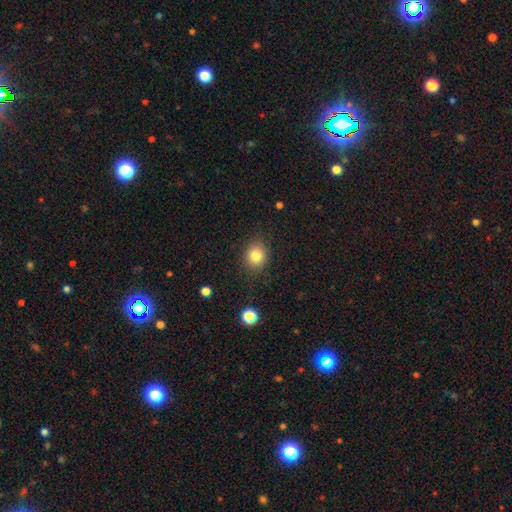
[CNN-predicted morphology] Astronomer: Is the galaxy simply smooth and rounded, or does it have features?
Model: smooth — 81%.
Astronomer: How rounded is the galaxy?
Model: round — 69%.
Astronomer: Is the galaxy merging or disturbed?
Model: none — 86%.